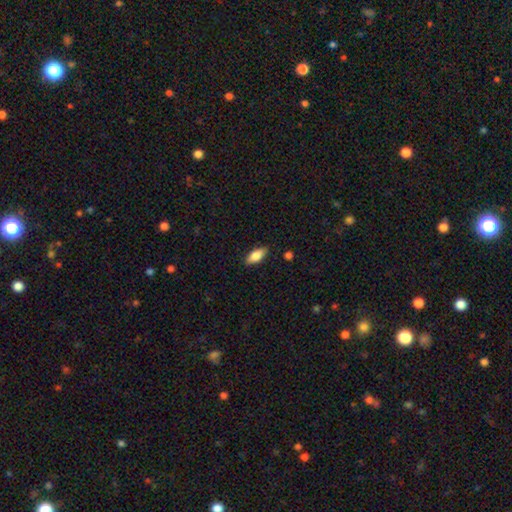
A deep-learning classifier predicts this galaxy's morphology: smooth 78%, featured or disk 15%, star or artifact 7%. Down the decision tree: how rounded — in between (81%); merging — none (86%).